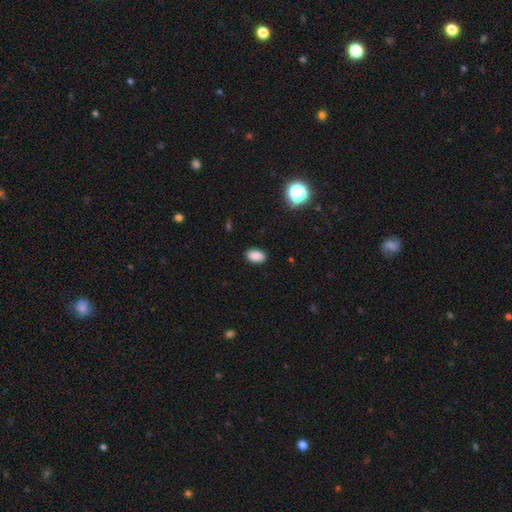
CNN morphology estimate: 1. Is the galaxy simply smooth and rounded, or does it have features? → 87% smooth, 10% star or artifact, 4% featured or disk.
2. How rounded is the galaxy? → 90% in between, 8% round, 1% cigar-shaped.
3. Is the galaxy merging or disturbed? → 89% none, 8% minor disturbance, 2% major disturbance, 1% merger.